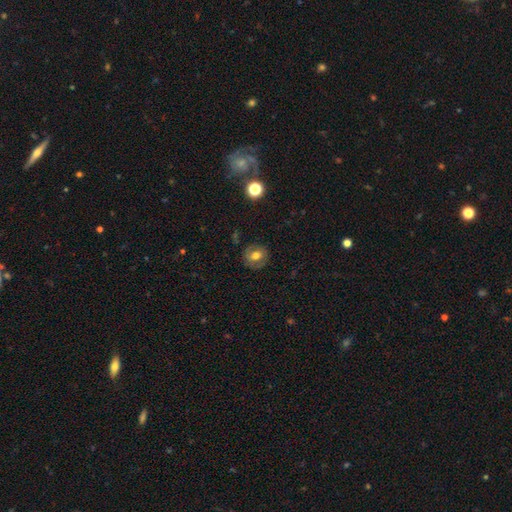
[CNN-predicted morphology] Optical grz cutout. It shows a smooth galaxy with no disk features (60%) that is round (77%). Merging: none (82%).